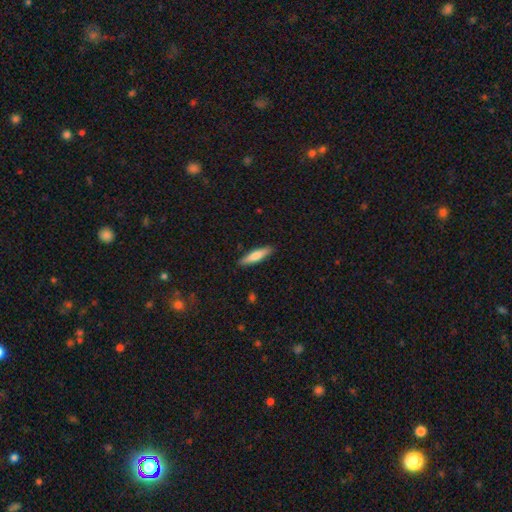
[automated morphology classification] Smooth or featured: smooth — 70% (featured or disk — 24%)
How rounded: cigar-shaped — 80% (in between — 19%)
Merging: none — 89% (minor disturbance — 8%)